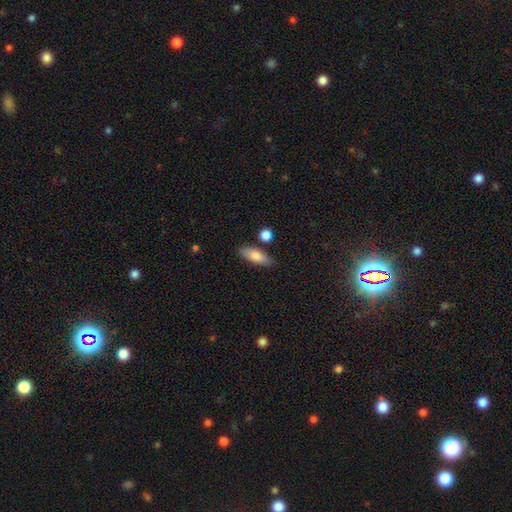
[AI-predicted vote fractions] A smooth galaxy with no disk features (81%) that is in between round and cigar-shaped (69%).

Vote fractions:
- Smooth or featured? smooth: 81% / featured or disk: 12% / star or artifact: 6%
- How rounded? in between: 69% / cigar-shaped: 28% / round: 3%
- Merging? none: 77% / minor disturbance: 14% / merger: 6% / major disturbance: 3%